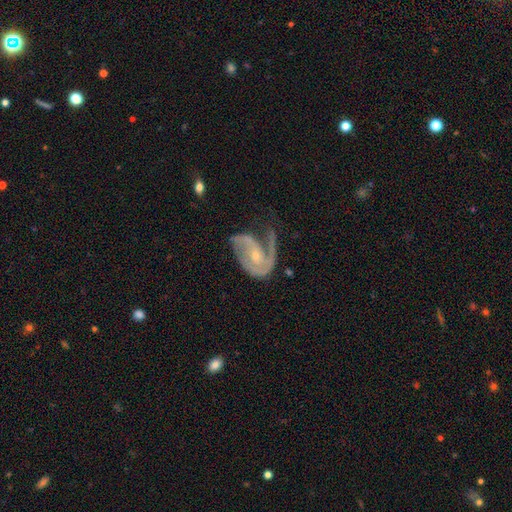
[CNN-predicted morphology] This is clearly a featured or disk galaxy (86%). It is clearly not viewed edge-on (98%). Bar: possibly no (56%). Spiral arm pattern: clearly yes (93%). Spiral arm count: possibly 2 (55%). Spiral winding: marginally medium (45%). Central bulge: likely small (66%). Merging: marginally major disturbance (37%).